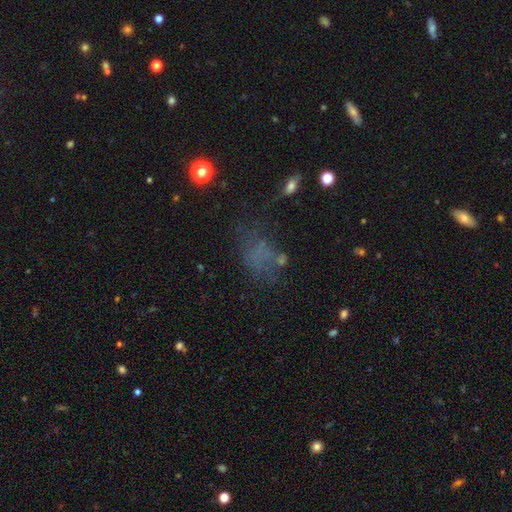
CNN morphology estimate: A smooth galaxy with no disk features (46%).

Vote fractions:
- Smooth or featured? smooth: 46% / star or artifact: 32% / featured or disk: 22%
- Merging? none: 49% / major disturbance: 25% / minor disturbance: 20% / merger: 7%